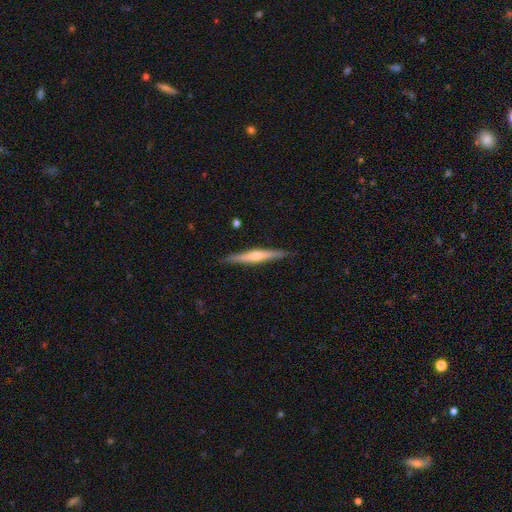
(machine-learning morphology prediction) Smooth or featured: featured or disk — 66% (smooth — 29%)
Edge-on disk: yes — 97% (no — 3%)
Edge-on bulge: rounded — 71% (none — 18%)
Merging: none — 90% (minor disturbance — 8%)